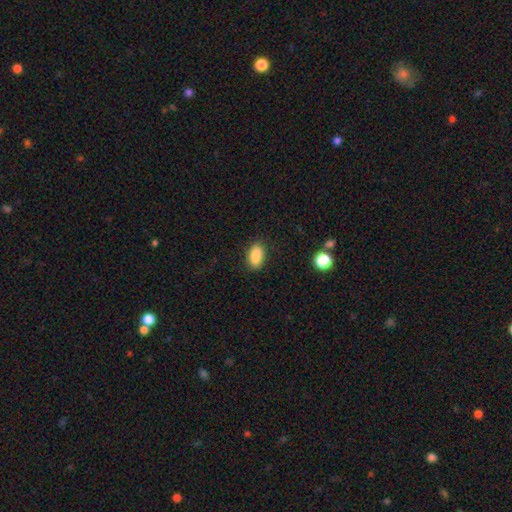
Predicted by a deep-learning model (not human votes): smooth_or_featured: smooth (p=0.87) [alt: star or artifact p=0.08]
how_rounded: in between (p=0.91) [alt: round p=0.06]
merging: none (p=0.86) [alt: minor disturbance p=0.10]